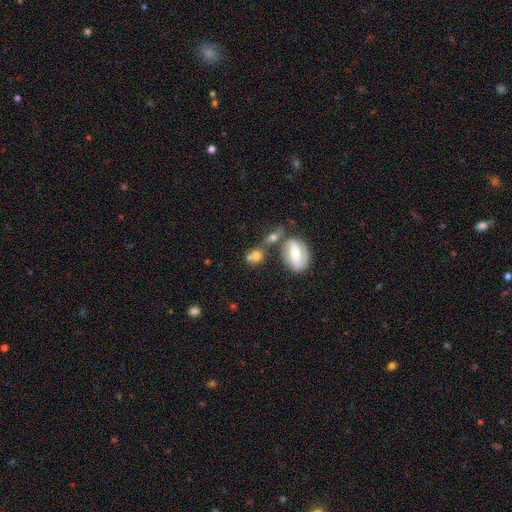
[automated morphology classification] Smooth or featured?
  - smooth: 66% *
  - featured or disk: 23%
  - star or artifact: 11%
How rounded?
  - round: 53% *
  - in between: 41%
  - cigar-shaped: 6%
Merging?
  - none: 42% *
  - merger: 40%
  - minor disturbance: 12%
  - major disturbance: 6%